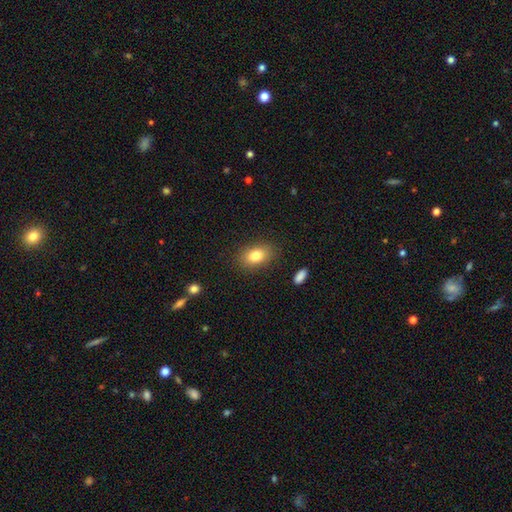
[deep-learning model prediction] Smooth or featured: smooth — 81% (featured or disk — 10%)
How rounded: in between — 83% (round — 15%)
Merging: none — 86% (minor disturbance — 10%)